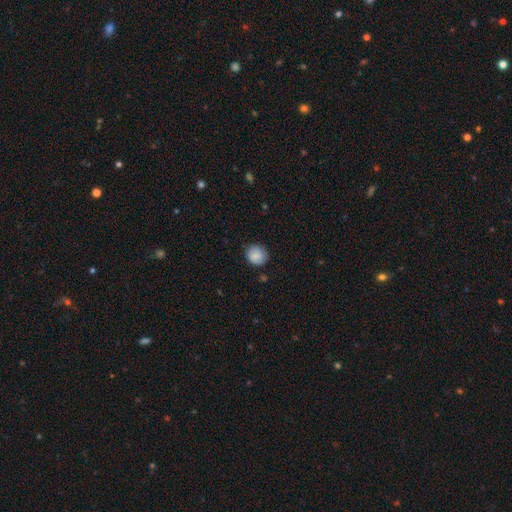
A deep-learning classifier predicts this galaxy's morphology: A smooth galaxy with no disk features (85%) that is round (82%). Merging: none (81%).